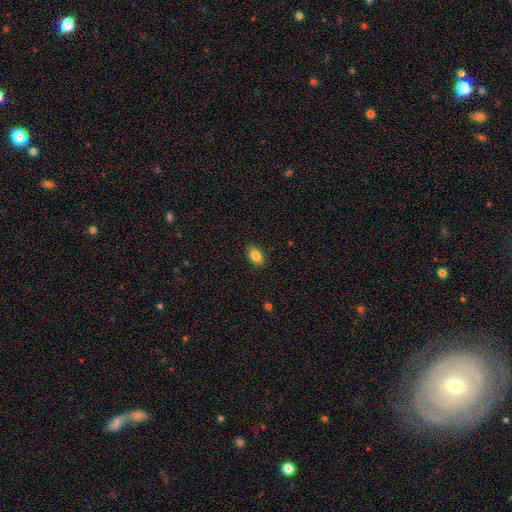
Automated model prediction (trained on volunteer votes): smooth-or-featured: smooth: 85% | star or artifact: 8% | featured or disk: 7%
  how-rounded: in between: 89% | round: 9% | cigar-shaped: 2%
  merging: none: 88% | minor disturbance: 9% | major disturbance: 2% | merger: 1%